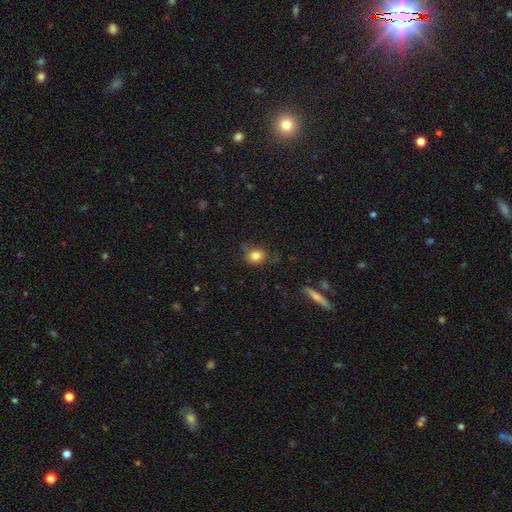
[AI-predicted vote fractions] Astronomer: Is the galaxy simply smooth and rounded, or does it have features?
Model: smooth — 81%.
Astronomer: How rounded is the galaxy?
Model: round — 68%.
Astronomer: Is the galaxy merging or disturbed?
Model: none — 67%.